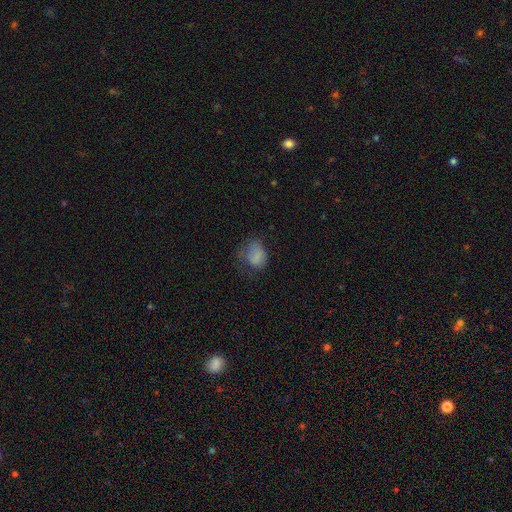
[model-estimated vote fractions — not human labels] Smooth or featured? Predicted: smooth (p=0.73). How rounded? Predicted: in between (p=0.60). Merging? Predicted: none (p=0.36).